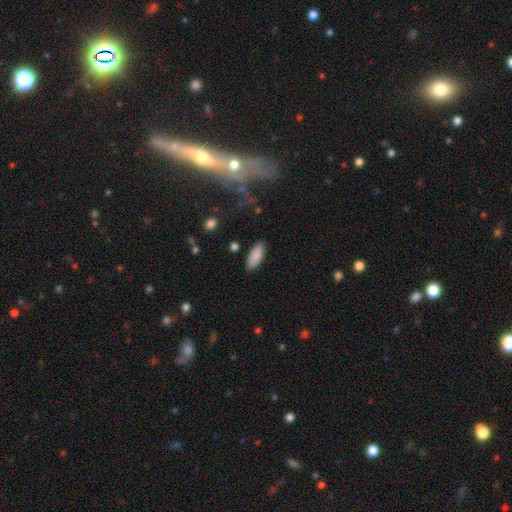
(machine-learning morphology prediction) smooth_or_featured: smooth (p=0.88) [alt: star or artifact p=0.07]
how_rounded: in between (p=0.83) [alt: cigar-shaped p=0.16]
merging: none (p=0.87) [alt: minor disturbance p=0.09]